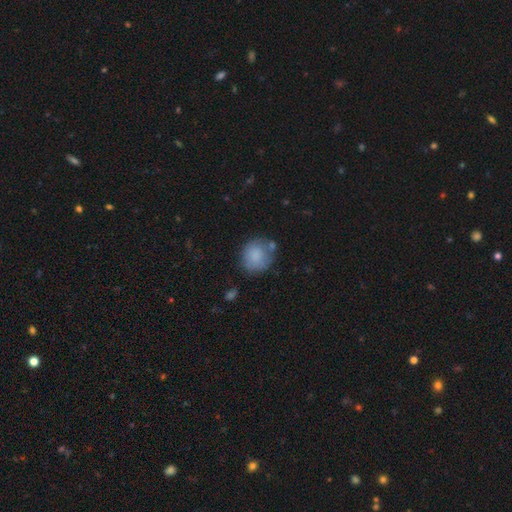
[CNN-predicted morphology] Q: Smooth or featured?
A: smooth (82%); runner-up: featured or disk (11%)
Q: How rounded?
A: round (82%); runner-up: in between (17%)
Q: Merging?
A: none (63%); runner-up: minor disturbance (21%)